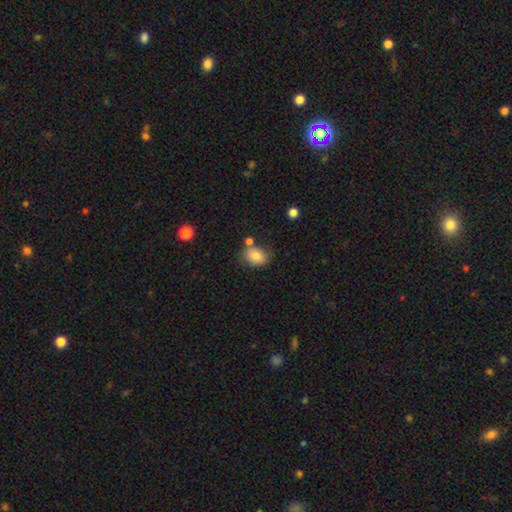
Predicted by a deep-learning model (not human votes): smooth 79%, featured or disk 12%, star or artifact 9%. Down the decision tree: how rounded — in between (64%); merging — none (65%).